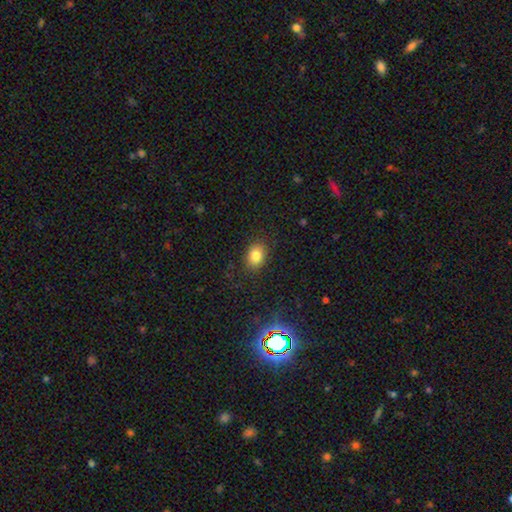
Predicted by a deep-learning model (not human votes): Q: Smooth or featured?
A: smooth (81%); runner-up: star or artifact (11%)
Q: How rounded?
A: in between (68%); runner-up: round (31%)
Q: Merging?
A: none (85%); runner-up: minor disturbance (11%)